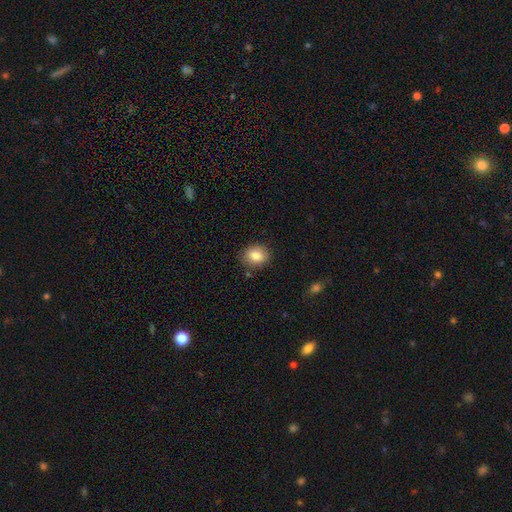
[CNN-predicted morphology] type=smooth (85%); roundness=round (55%); merging=none (84%).